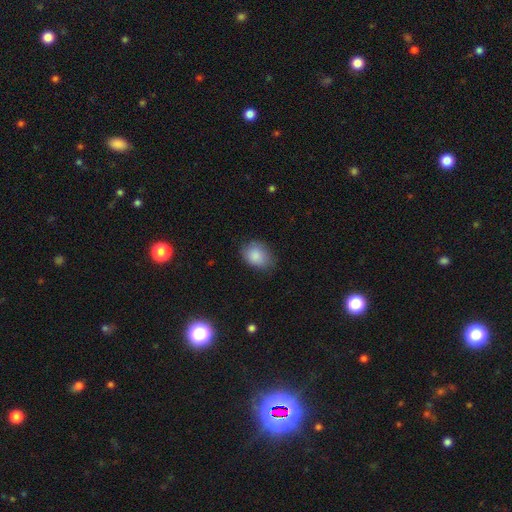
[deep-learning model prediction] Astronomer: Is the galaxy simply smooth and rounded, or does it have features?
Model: smooth — 86%.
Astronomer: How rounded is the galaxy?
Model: in between — 67%.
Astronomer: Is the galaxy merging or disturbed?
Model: none — 68%.